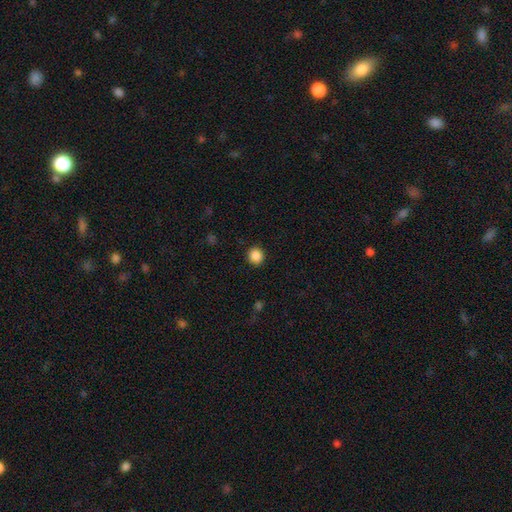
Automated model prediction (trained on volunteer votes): Morphology: type=smooth (87%); roundness=round (92%); merging=none (92%).